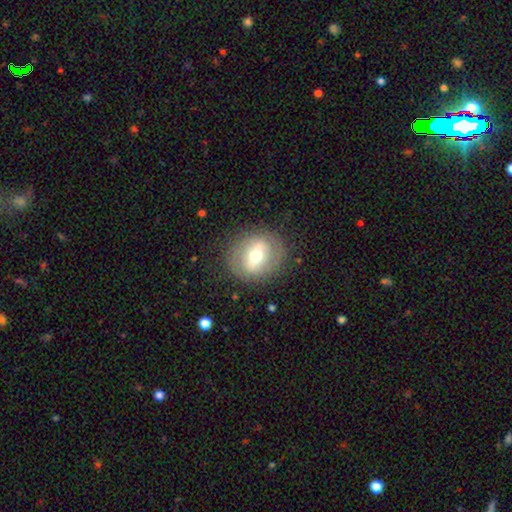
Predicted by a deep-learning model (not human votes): Morphology: type=featured or disk (52%); edge-on=no (94%); merging=none (80%).